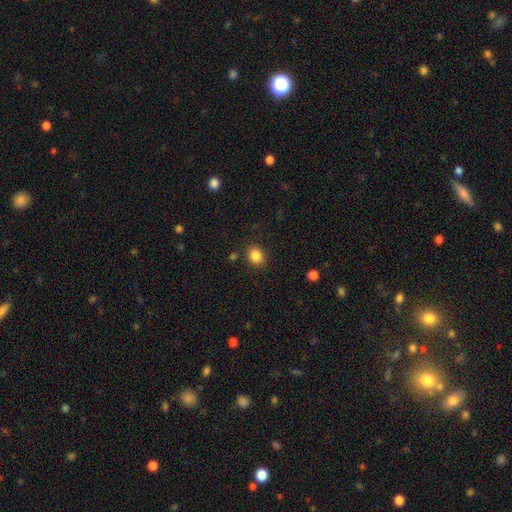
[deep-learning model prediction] A smooth galaxy with no disk features (86%) that is round (63%).

Vote fractions:
- Smooth or featured? smooth: 86% / star or artifact: 10% / featured or disk: 4%
- How rounded? round: 63% / in between: 36% / cigar-shaped: 1%
- Merging? none: 86% / minor disturbance: 9% / major disturbance: 3% / merger: 2%